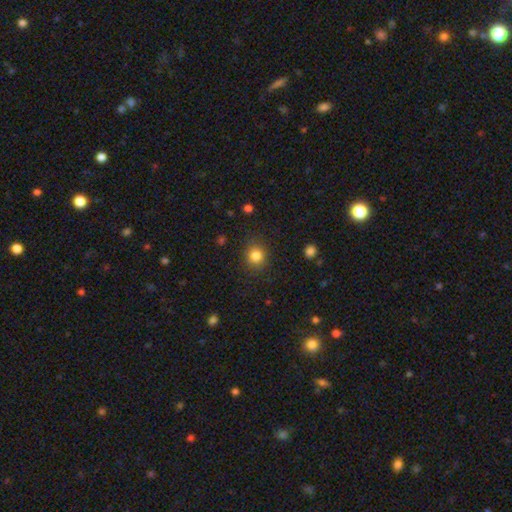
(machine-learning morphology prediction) A smooth galaxy with no disk features (84%) that is round (82%). Merging: none (86%).